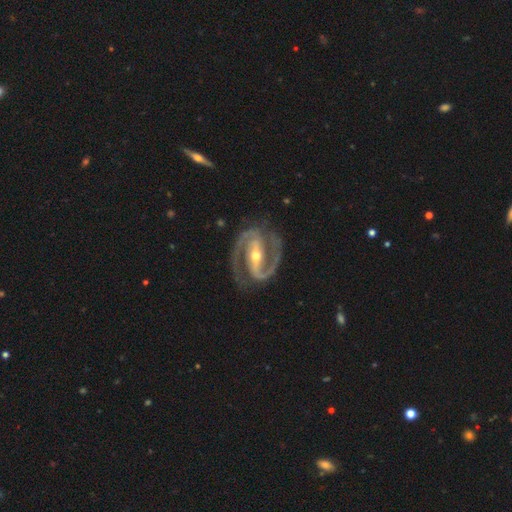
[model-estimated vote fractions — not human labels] Smooth or featured: featured or disk — 94% (star or artifact — 4%)
Edge-on disk: no — 97% (yes — 3%)
Bar: strong — 71% (weak — 20%)
Spiral arms: yes — 98% (no — 2%)
Spiral winding: medium — 55% (tight — 36%)
Spiral arm count: 2 — 94% (3 — 2%)
Bulge size: small — 49% (moderate — 48%)
Merging: none — 82% (minor disturbance — 12%)